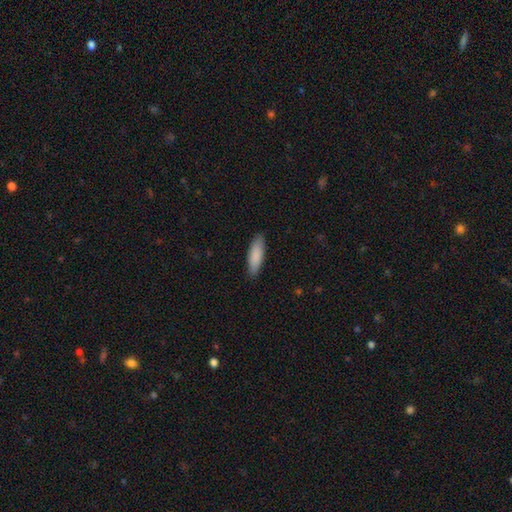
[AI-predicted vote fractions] A smooth galaxy with no disk features (88%) that is cigar-shaped (51%).

Vote fractions:
- Smooth or featured? smooth: 88% / featured or disk: 7% / star or artifact: 5%
- How rounded? cigar-shaped: 51% / in between: 47% / round: 1%
- Merging? none: 88% / minor disturbance: 10% / major disturbance: 2% / merger: 1%